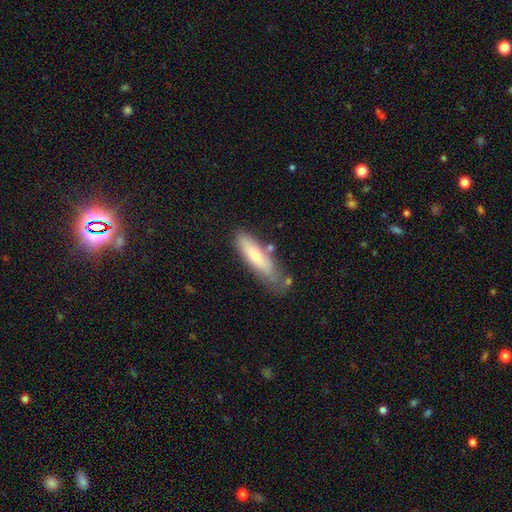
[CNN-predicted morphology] This appears to be a smooth galaxy with no disk features (64%) that is cigar-shaped (63%). Merging: none (61%).